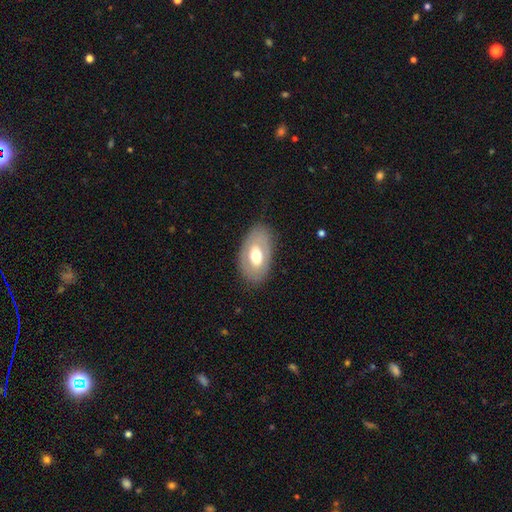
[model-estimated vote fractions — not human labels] This is possibly a smooth galaxy (51%). How rounded: clearly in between (92%). Merging: clearly none (81%).